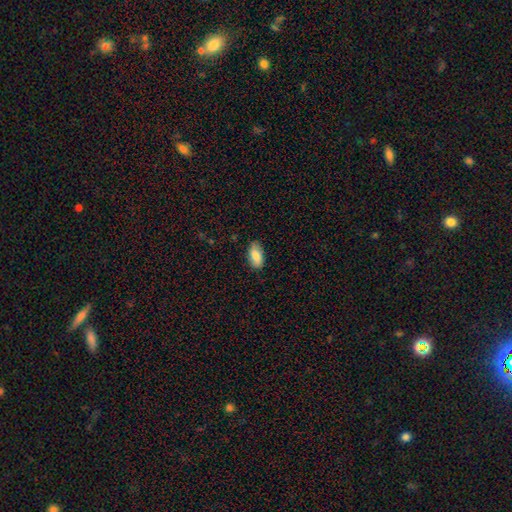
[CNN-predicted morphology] The model was most divided on "smooth or featured": smooth: 79%, featured or disk: 14%, star or artifact: 7%. More confident: how rounded — in between (92%); merging — none (83%).